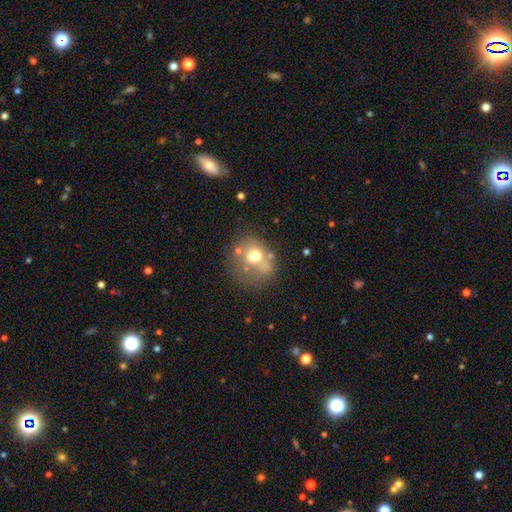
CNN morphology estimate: type=smooth (56%); roundness=round (61%); merging=none (43%).